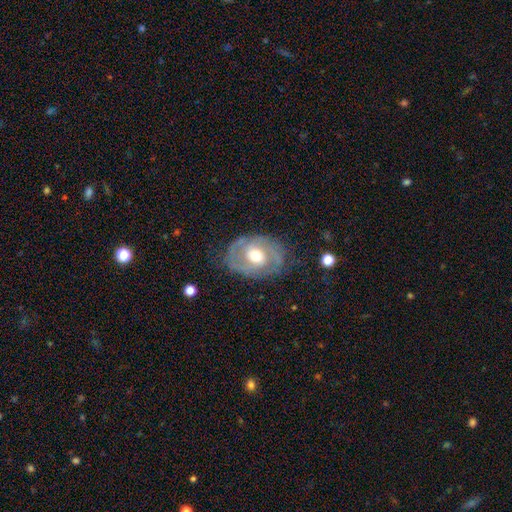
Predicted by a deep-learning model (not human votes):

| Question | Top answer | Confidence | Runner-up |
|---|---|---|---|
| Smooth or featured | featured or disk | 74% | smooth (20%) |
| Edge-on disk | no | 96% | yes (4%) |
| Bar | no | 63% | weak (30%) |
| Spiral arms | yes | 80% | no (20%) |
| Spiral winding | tight | 43% | medium (41%) |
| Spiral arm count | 2 | 64% | can't tell (20%) |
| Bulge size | moderate | 73% | small (13%) |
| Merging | none | 70% | minor disturbance (20%) |